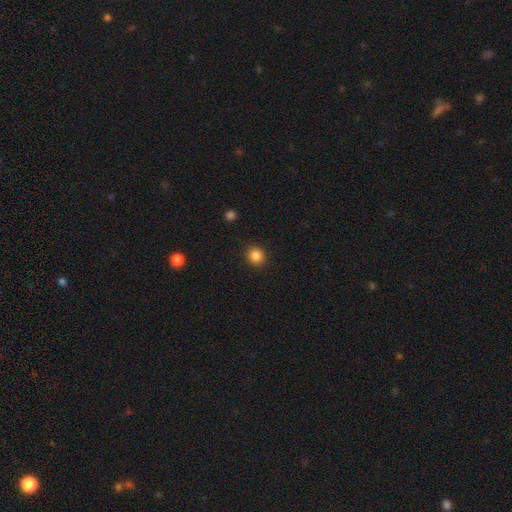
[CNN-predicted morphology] This is clearly a smooth galaxy (85%). How rounded: clearly round (87%). Merging: clearly none (91%).